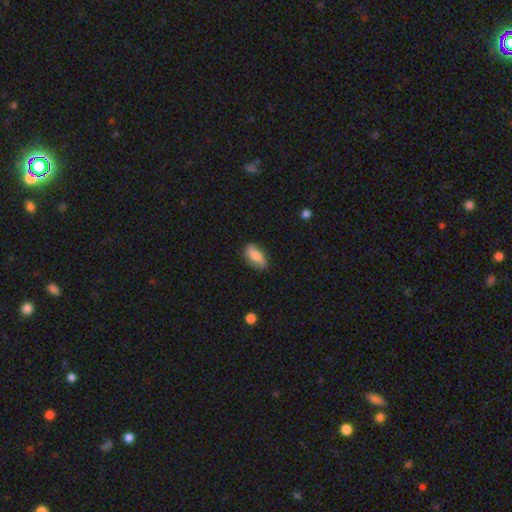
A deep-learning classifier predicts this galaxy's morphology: A smooth galaxy with no disk features (66%) that is in between round and cigar-shaped (82%). Merging: none (82%).